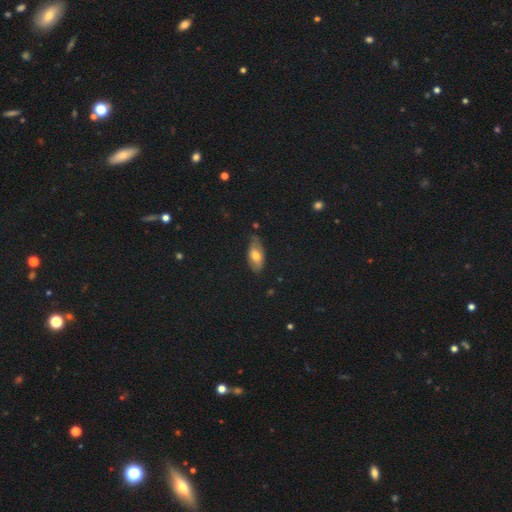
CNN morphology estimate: smooth 66%, featured or disk 24%, star or artifact 10%. Down the decision tree: how rounded — in between (89%); merging — none (65%).